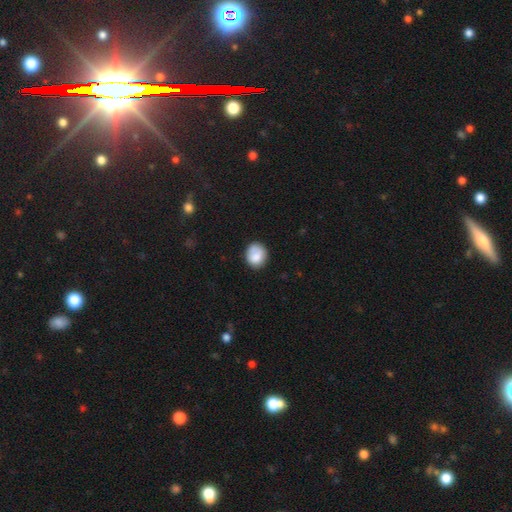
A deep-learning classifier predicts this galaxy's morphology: Smooth or featured: smooth — 82% (featured or disk — 10%)
How rounded: round — 69% (in between — 30%)
Merging: none — 71% (minor disturbance — 20%)